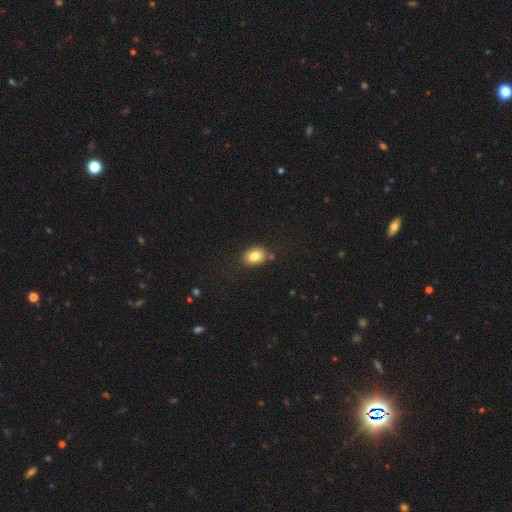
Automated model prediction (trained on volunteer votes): The model was most divided on "how rounded": in between: 61%, round: 37%, cigar-shaped: 1%. More confident: smooth or featured — smooth (81%); merging — none (72%).